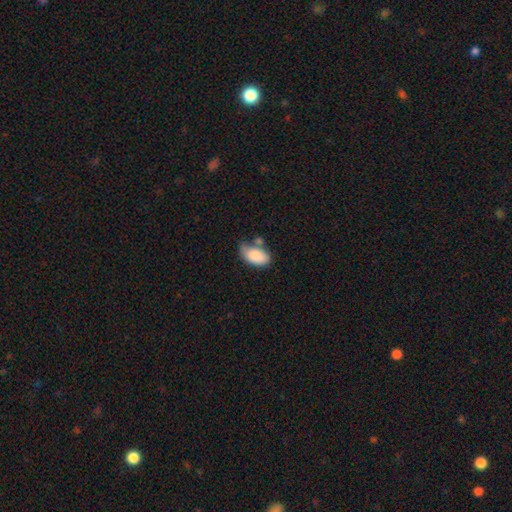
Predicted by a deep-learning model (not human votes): A smooth galaxy with no disk features (85%) that is in between round and cigar-shaped (93%).

Vote fractions:
- Smooth or featured? smooth: 85% / featured or disk: 8% / star or artifact: 7%
- How rounded? in between: 93% / round: 5% / cigar-shaped: 2%
- Merging? none: 43% / minor disturbance: 30% / merger: 17% / major disturbance: 11%